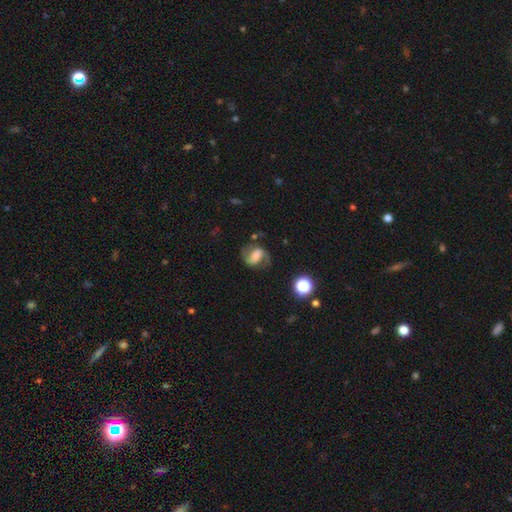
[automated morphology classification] featured or disk 68%, smooth 22%, star or artifact 10%. Down the decision tree: edge-on disk — no (97%); bar — weak (42%); spiral arms — yes (91%); spiral arm count — 2 (88%); spiral winding — medium (47%); bulge size — moderate (39%); merging — none (69%).